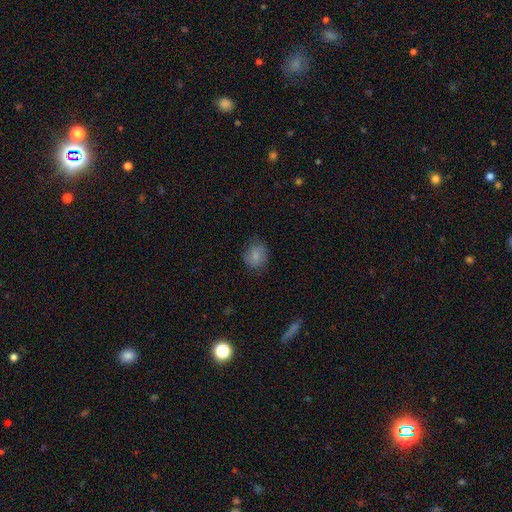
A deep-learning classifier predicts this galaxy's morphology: smooth_or_featured: smooth (p=0.82) [alt: star or artifact p=0.09]
how_rounded: round (p=0.72) [alt: in between p=0.27]
merging: none (p=0.73) [alt: minor disturbance p=0.21]